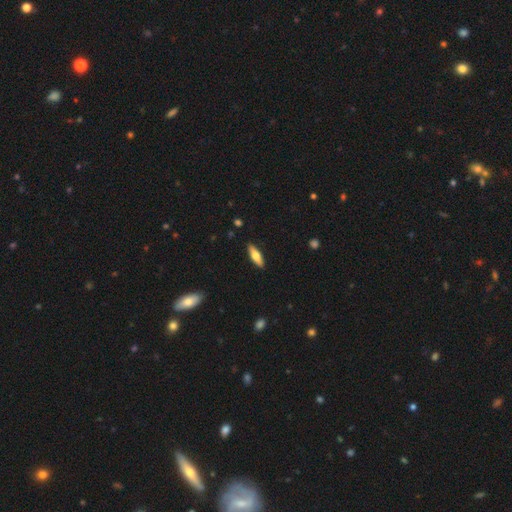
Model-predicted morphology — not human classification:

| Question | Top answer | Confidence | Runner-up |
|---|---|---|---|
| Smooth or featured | smooth | 61% | featured or disk (33%) |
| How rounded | in between | 50% | cigar-shaped (47%) |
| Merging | none | 90% | minor disturbance (8%) |